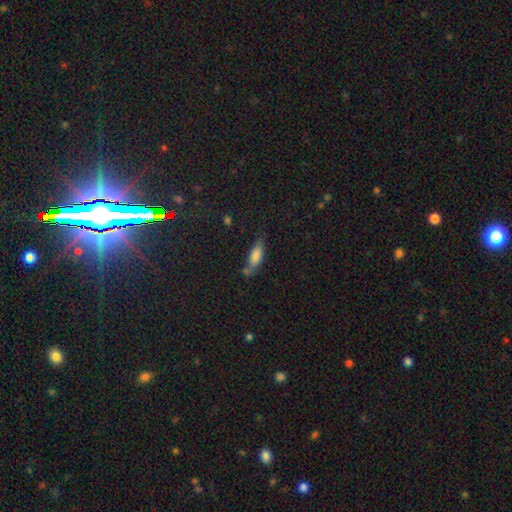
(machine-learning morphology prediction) Smooth or featured? smooth (78%)
How rounded? in between (64%)
Merging? none (53%)